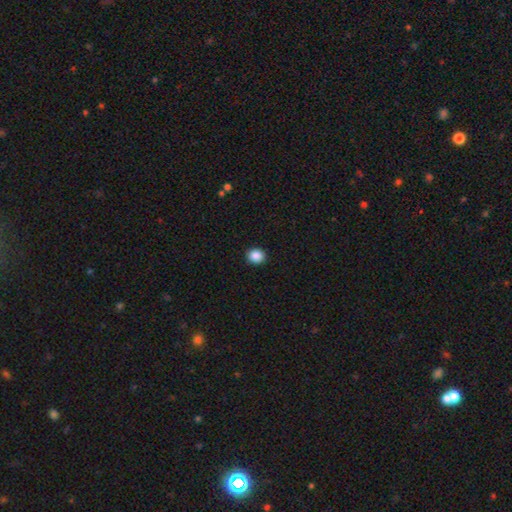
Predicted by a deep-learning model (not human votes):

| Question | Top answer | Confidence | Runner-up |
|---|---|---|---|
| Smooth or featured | smooth | 88% | star or artifact (9%) |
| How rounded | round | 75% | in between (24%) |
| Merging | none | 92% | minor disturbance (5%) |